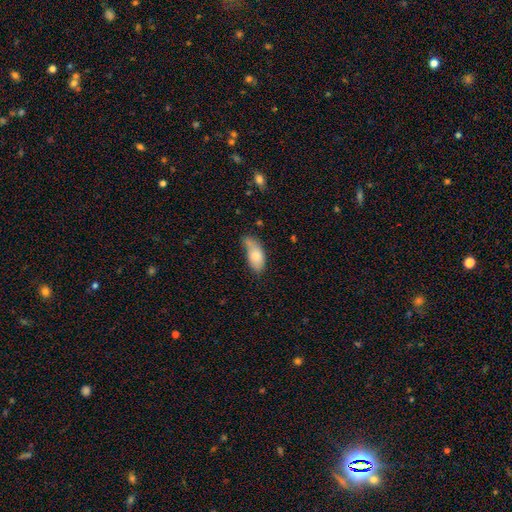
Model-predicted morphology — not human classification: smooth_or_featured: smooth (p=0.77) [alt: featured or disk p=0.17]
how_rounded: in between (p=0.90) [alt: cigar-shaped p=0.07]
merging: none (p=0.38) [alt: minor disturbance p=0.37]